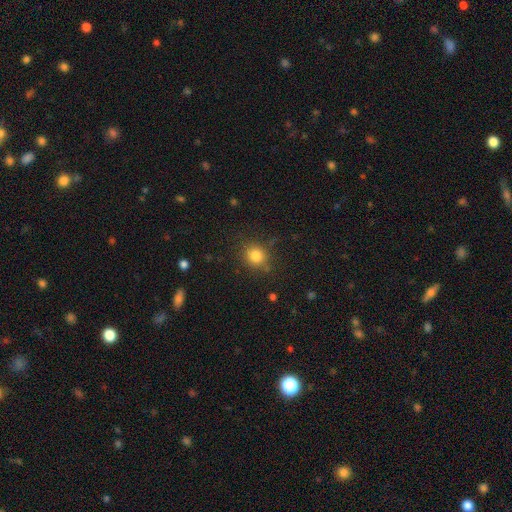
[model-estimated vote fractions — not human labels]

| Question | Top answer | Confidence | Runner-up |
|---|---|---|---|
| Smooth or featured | smooth | 83% | star or artifact (12%) |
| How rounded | round | 82% | in between (17%) |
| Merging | none | 81% | minor disturbance (13%) |